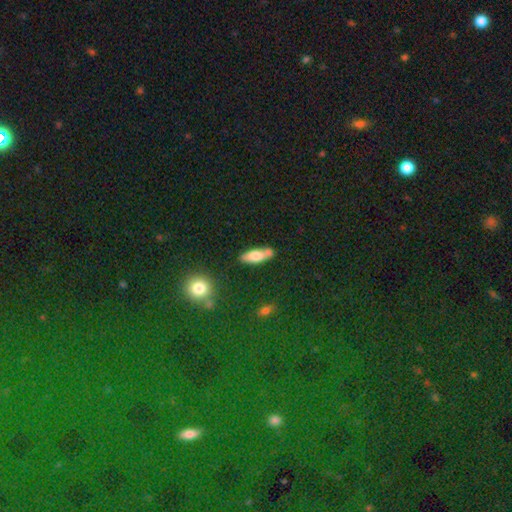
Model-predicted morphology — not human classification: smooth 70%, featured or disk 23%, star or artifact 7%. Down the decision tree: how rounded — in between (59%); merging — none (65%).